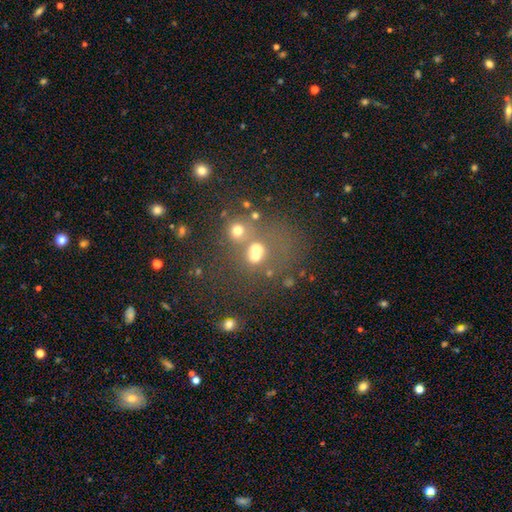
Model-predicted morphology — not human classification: A smooth galaxy with no disk features (57%) that is round (58%).

Vote fractions:
- Smooth or featured? smooth: 57% / star or artifact: 24% / featured or disk: 19%
- How rounded? round: 58% / in between: 41% / cigar-shaped: 2%
- Merging? merger: 46% / none: 34% / minor disturbance: 10% / major disturbance: 10%